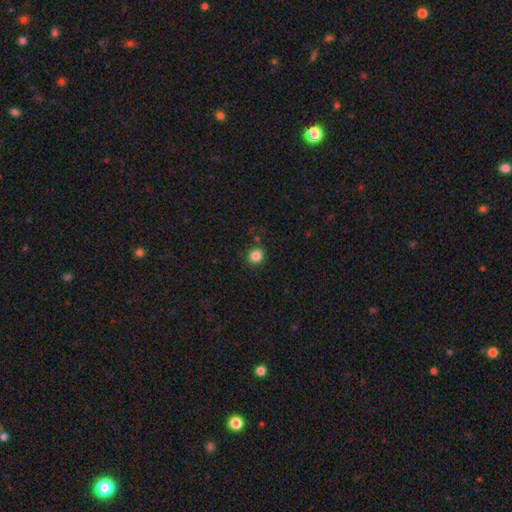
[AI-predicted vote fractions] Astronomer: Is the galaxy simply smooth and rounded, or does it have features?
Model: smooth — 86%.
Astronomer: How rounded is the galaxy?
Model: round — 74%.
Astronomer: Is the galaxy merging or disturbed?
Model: none — 87%.